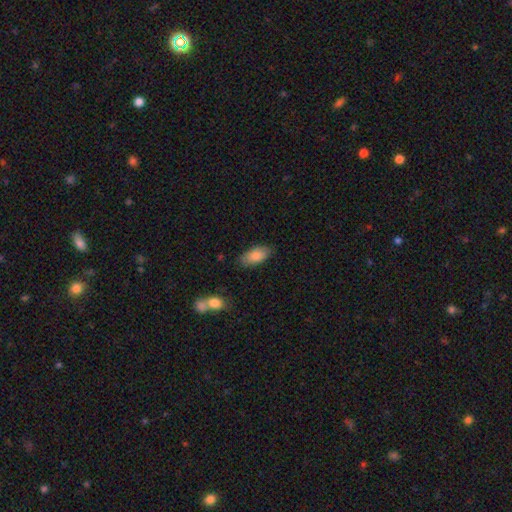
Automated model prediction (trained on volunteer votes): smooth_or_featured: smooth (p=0.84) [alt: featured or disk p=0.09]
how_rounded: in between (p=0.91) [alt: cigar-shaped p=0.07]
merging: none (p=0.82) [alt: minor disturbance p=0.13]